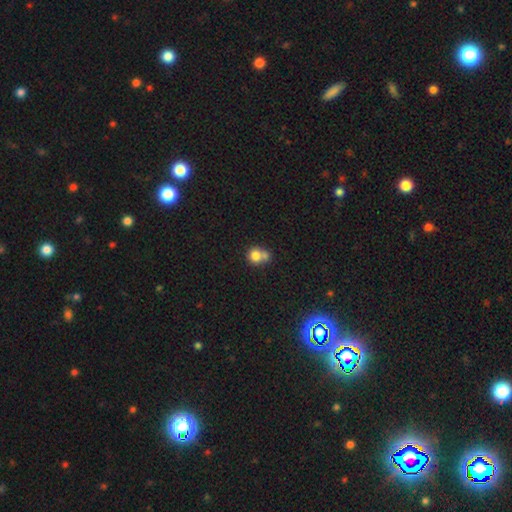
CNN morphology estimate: A smooth galaxy with no disk features (78%) that is round (81%). Merging: merger (47%).